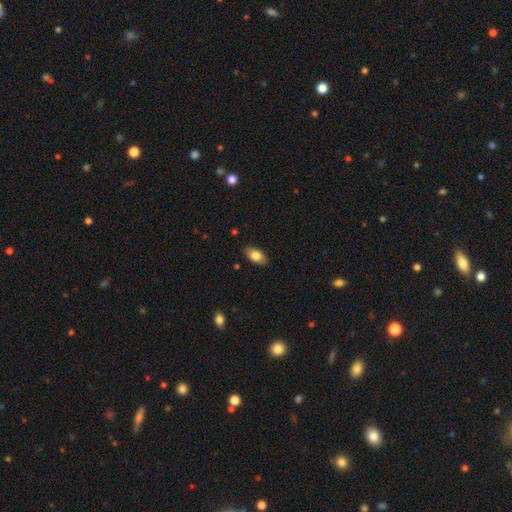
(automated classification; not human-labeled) Q: Smooth or featured?
A: smooth (81%); runner-up: featured or disk (12%)
Q: How rounded?
A: in between (91%); runner-up: round (5%)
Q: Merging?
A: none (86%); runner-up: minor disturbance (11%)